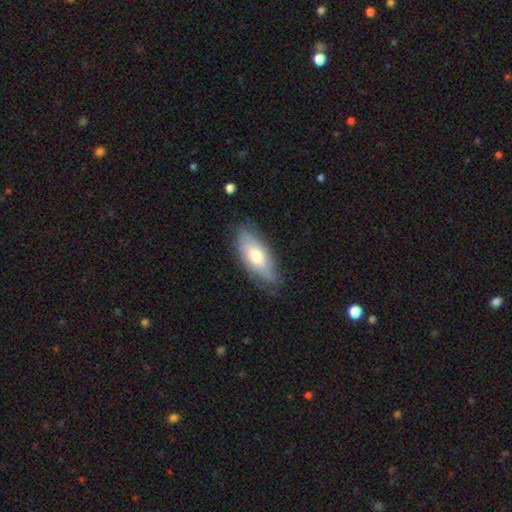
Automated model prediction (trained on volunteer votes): Q: Smooth or featured?
A: smooth (56%); runner-up: featured or disk (37%)
Q: How rounded?
A: in between (80%); runner-up: cigar-shaped (18%)
Q: Merging?
A: none (69%); runner-up: minor disturbance (24%)